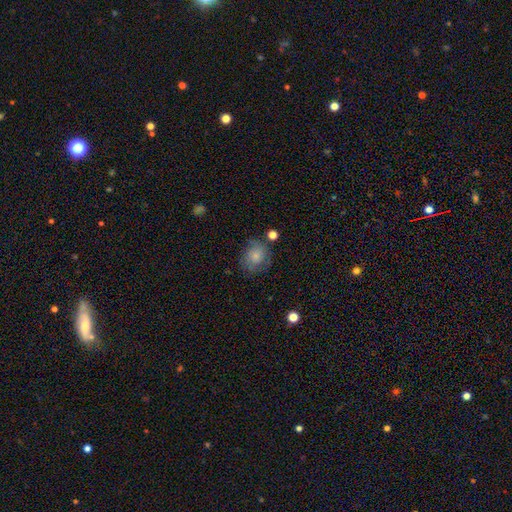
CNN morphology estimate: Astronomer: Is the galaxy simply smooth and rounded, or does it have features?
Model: smooth — 68%.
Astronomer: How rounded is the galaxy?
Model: round — 69%.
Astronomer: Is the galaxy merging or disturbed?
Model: none — 67%.